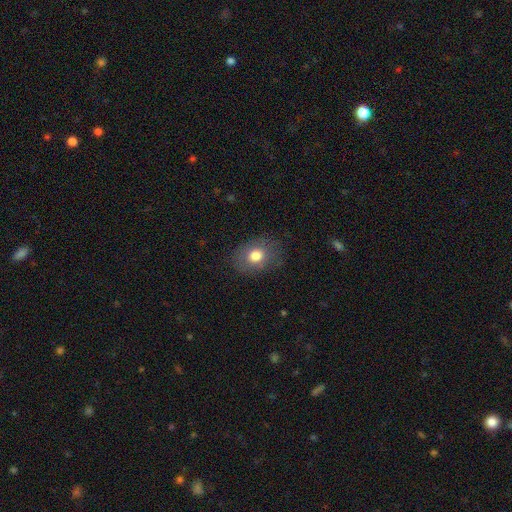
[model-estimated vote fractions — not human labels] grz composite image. It shows a smooth galaxy with no disk features (77%) that is in between round and cigar-shaped (57%). Merging: none (80%).